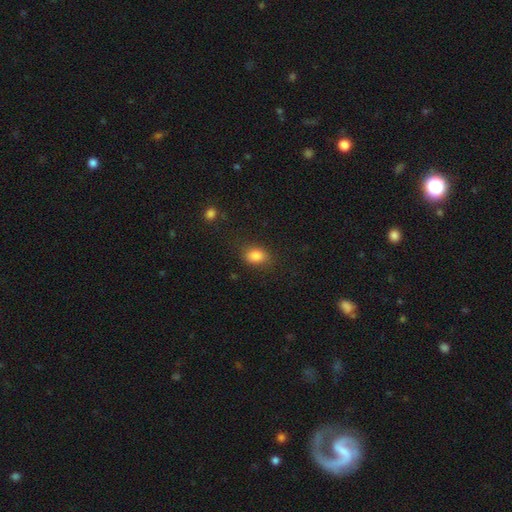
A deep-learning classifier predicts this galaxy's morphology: Smooth or featured? Predicted: smooth (p=0.86). How rounded? Predicted: in between (p=0.72). Merging? Predicted: none (p=0.77).